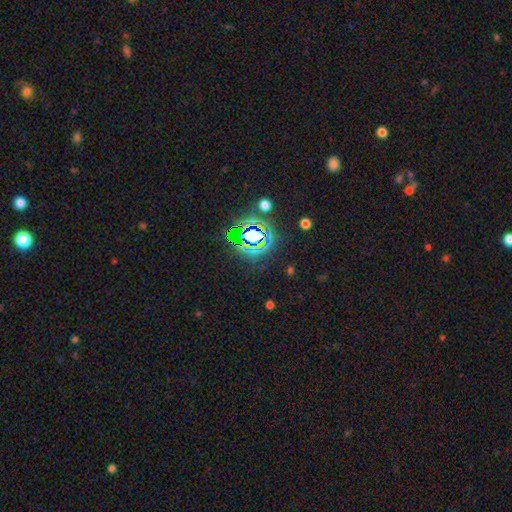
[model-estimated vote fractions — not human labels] A star or artifact, not a galaxy (77%).

Vote fractions:
- Smooth or featured? star or artifact: 77% / smooth: 14% / featured or disk: 9%